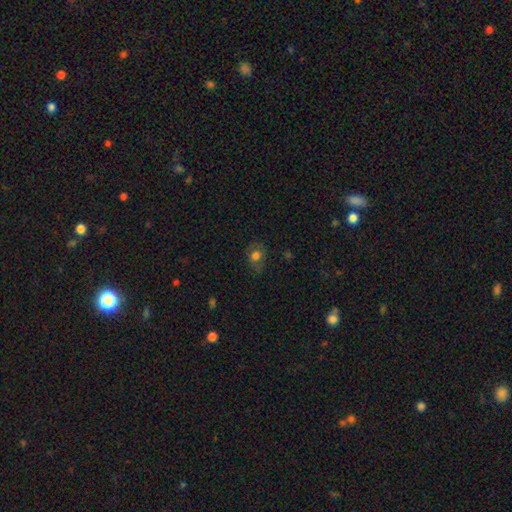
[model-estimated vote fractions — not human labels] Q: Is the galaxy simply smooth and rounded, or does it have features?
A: smooth — 65%.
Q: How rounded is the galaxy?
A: round — 54%.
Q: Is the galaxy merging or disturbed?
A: none — 70%.